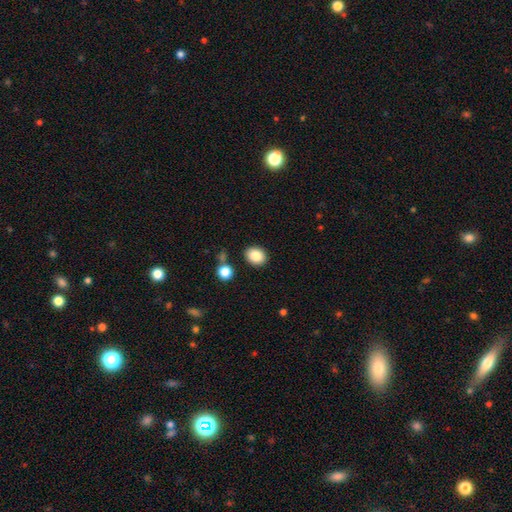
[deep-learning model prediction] This is clearly a smooth galaxy (85%). How rounded: possibly in between (52%). Merging: clearly none (87%).